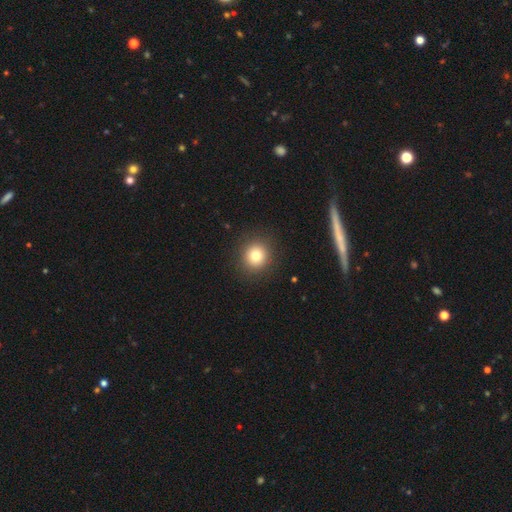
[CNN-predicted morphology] type=smooth (79%); roundness=round (91%); merging=none (91%).